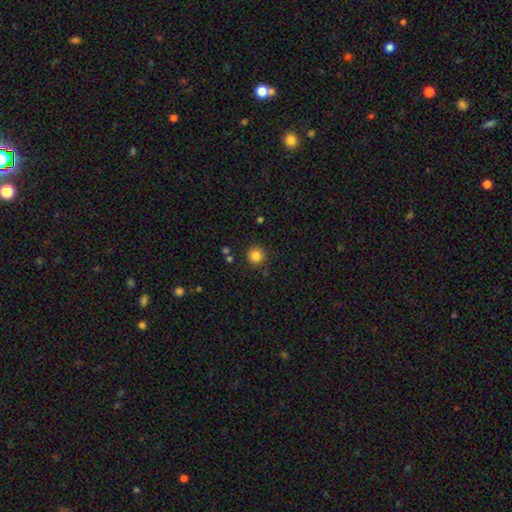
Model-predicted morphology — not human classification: smooth 84%, star or artifact 11%, featured or disk 4%. Down the decision tree: how rounded — round (93%); merging — none (87%).